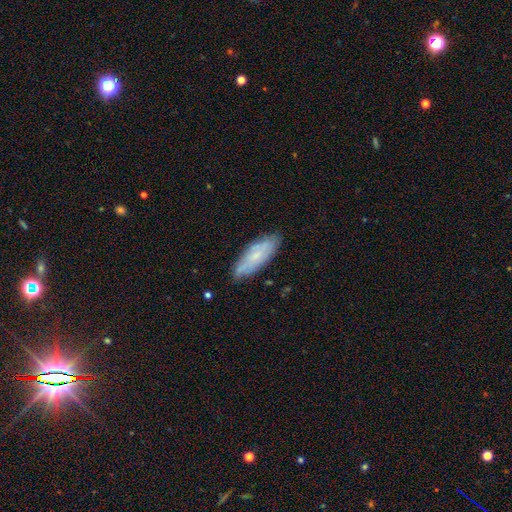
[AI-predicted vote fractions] Smooth or featured? Predicted: smooth (p=0.58). How rounded? Predicted: in between (p=0.62). Merging? Predicted: none (p=0.78).